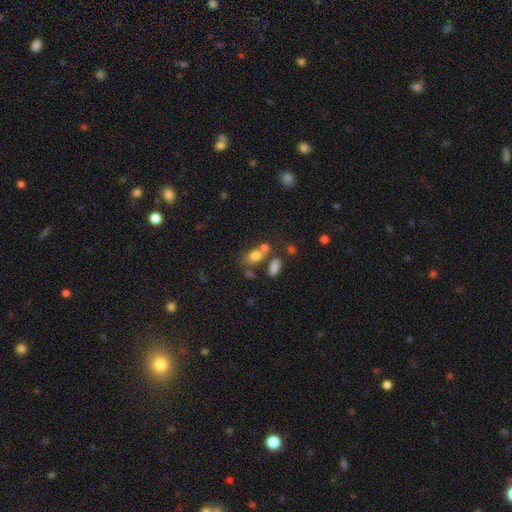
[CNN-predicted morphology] A smooth galaxy with no disk features (76%) that is in between round and cigar-shaped (77%).

Vote fractions:
- Smooth or featured? smooth: 76% / featured or disk: 12% / star or artifact: 11%
- How rounded? in between: 77% / round: 21% / cigar-shaped: 3%
- Merging? none: 46% / merger: 34% / minor disturbance: 13% / major disturbance: 7%